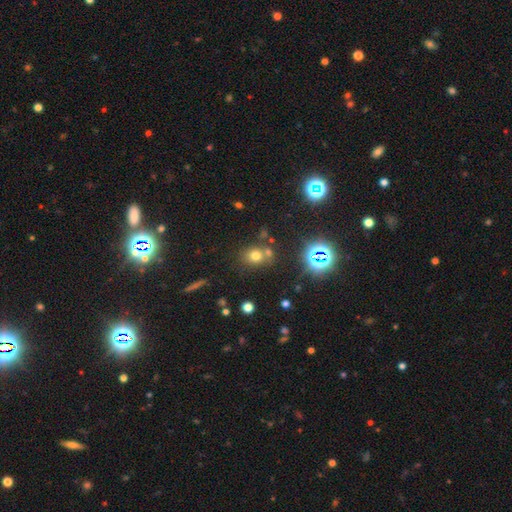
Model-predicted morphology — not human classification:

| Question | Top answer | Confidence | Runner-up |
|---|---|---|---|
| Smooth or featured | smooth | 63% | star or artifact (26%) |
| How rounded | round | 70% | in between (28%) |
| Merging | none | 62% | merger (22%) |